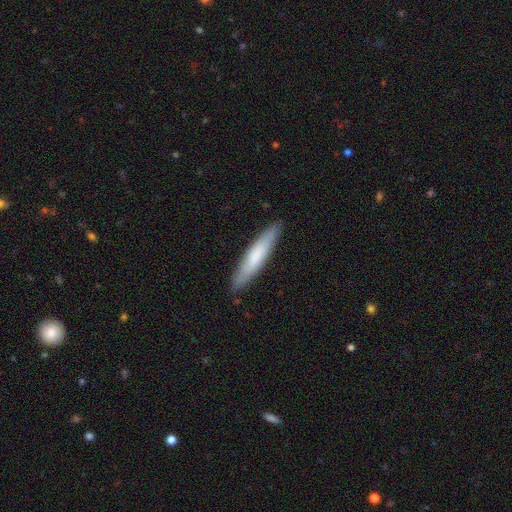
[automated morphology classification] Smooth or featured? Predicted: smooth (p=0.67). How rounded? Predicted: cigar-shaped (p=0.90). Merging? Predicted: none (p=0.89).